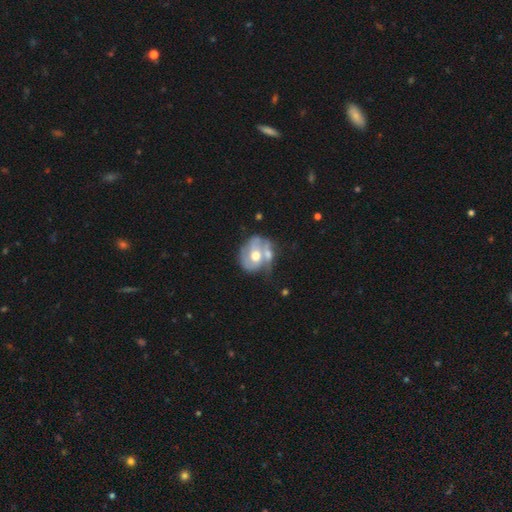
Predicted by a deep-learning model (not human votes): A featured or disk galaxy (66%) with no bar (68%), spiral arms (67%) and a moderate central bulge (75%).

Vote fractions:
- Smooth or featured? featured or disk: 66% / smooth: 28% / star or artifact: 6%
- Edge-on disk? no: 97% / yes: 3%
- Bar? no: 68% / weak: 26% / strong: 7%
- Spiral arms? yes: 67% / no: 33%
- Bulge size? moderate: 75% / large: 12% / small: 10% / none: 1% / dominant: 1%
- Merging? merger: 40% / none: 30% / minor disturbance: 17% / major disturbance: 13%